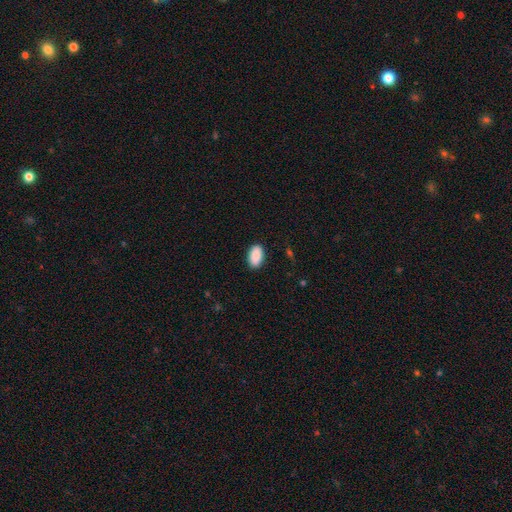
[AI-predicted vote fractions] A smooth galaxy with no disk features (90%) that is in between round and cigar-shaped (94%).

Vote fractions:
- Smooth or featured? smooth: 90% / star or artifact: 6% / featured or disk: 3%
- How rounded? in between: 94% / round: 5% / cigar-shaped: 2%
- Merging? none: 89% / minor disturbance: 8% / major disturbance: 2% / merger: 1%